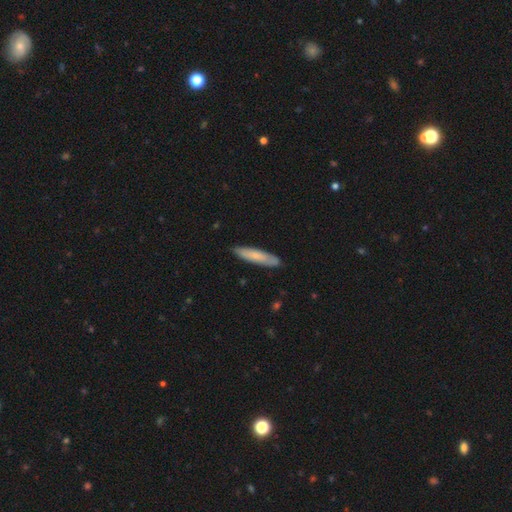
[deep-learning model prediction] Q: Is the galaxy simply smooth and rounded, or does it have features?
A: smooth — 74%.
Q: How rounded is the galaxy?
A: cigar-shaped — 85%.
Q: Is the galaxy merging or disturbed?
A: none — 87%.